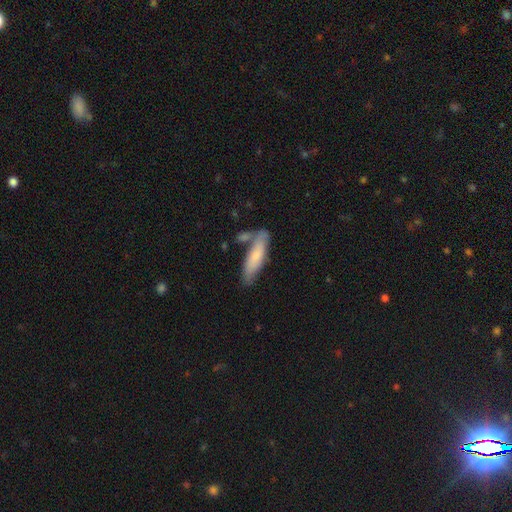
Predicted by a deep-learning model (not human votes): Smooth or featured? smooth (71%)
How rounded? cigar-shaped (64%)
Merging? none (59%)